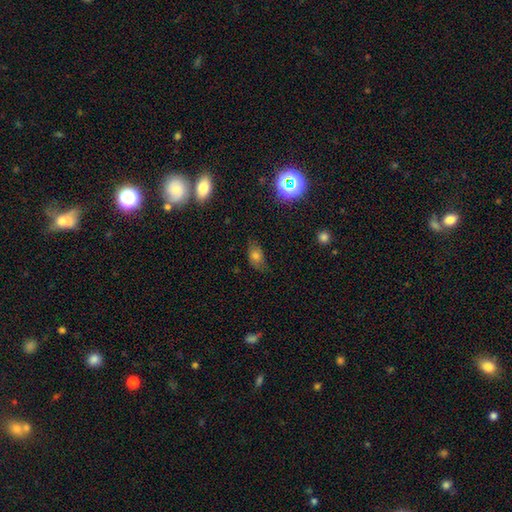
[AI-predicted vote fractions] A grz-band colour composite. It shows a smooth galaxy with no disk features (68%) that is in between round and cigar-shaped (84%). Merging: none (65%).